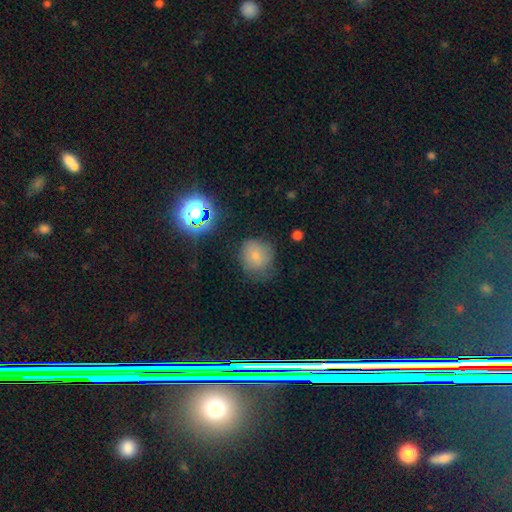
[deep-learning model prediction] Smooth or featured: smooth — 72% (star or artifact — 16%)
How rounded: round — 81% (in between — 18%)
Merging: none — 62% (minor disturbance — 26%)